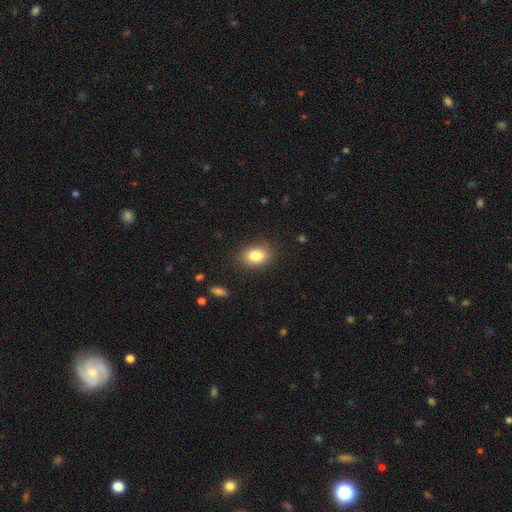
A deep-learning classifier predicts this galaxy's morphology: A smooth galaxy with no disk features (83%) that is in between round and cigar-shaped (65%).

Vote fractions:
- Smooth or featured? smooth: 83% / star or artifact: 9% / featured or disk: 8%
- How rounded? in between: 65% / round: 34% / cigar-shaped: 1%
- Merging? none: 83% / minor disturbance: 13% / major disturbance: 3% / merger: 1%